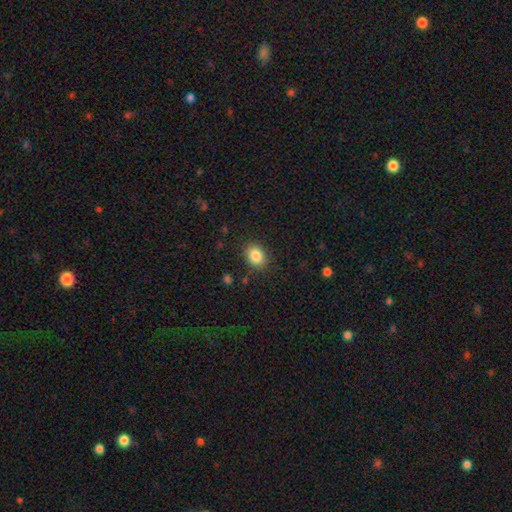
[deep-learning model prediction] Q: Smooth or featured?
A: smooth (86%); runner-up: star or artifact (9%)
Q: How rounded?
A: in between (58%); runner-up: round (41%)
Q: Merging?
A: none (87%); runner-up: minor disturbance (9%)